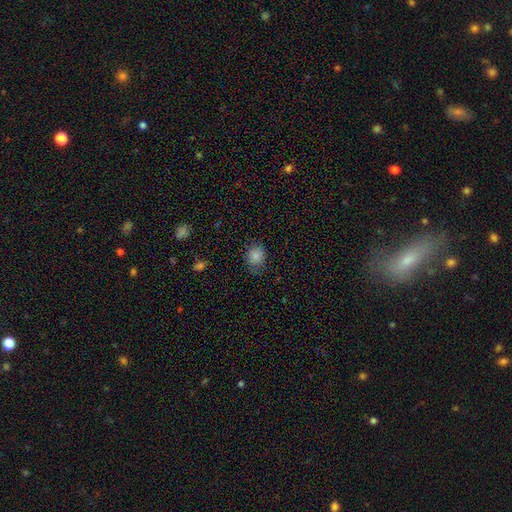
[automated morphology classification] Q: Smooth or featured?
A: smooth (85%); runner-up: star or artifact (11%)
Q: How rounded?
A: round (64%); runner-up: in between (35%)
Q: Merging?
A: none (77%); runner-up: minor disturbance (18%)